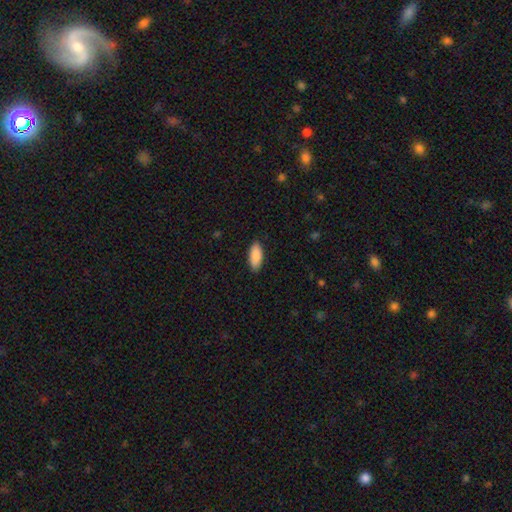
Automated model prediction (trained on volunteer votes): smooth_or_featured: smooth (p=0.90) [alt: star or artifact p=0.06]
how_rounded: in between (p=0.85) [alt: cigar-shaped p=0.13]
merging: none (p=0.89) [alt: minor disturbance p=0.09]